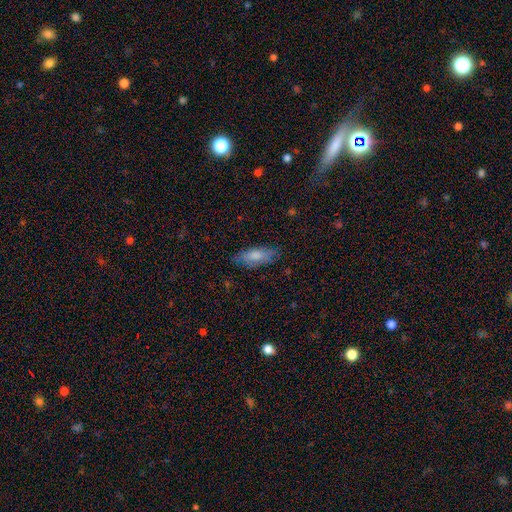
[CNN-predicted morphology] smooth 76%, featured or disk 18%, star or artifact 7%. Down the decision tree: how rounded — in between (70%); merging — none (77%).